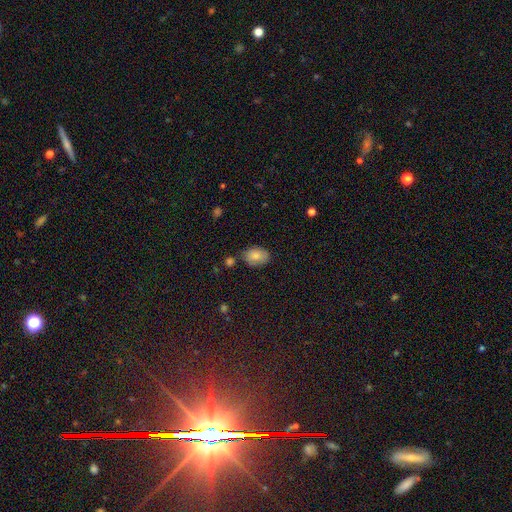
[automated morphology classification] The model was most divided on "merging": none: 74%, minor disturbance: 17%, merger: 5%, major disturbance: 3%. More confident: how rounded — in between (83%); smooth or featured — smooth (82%).